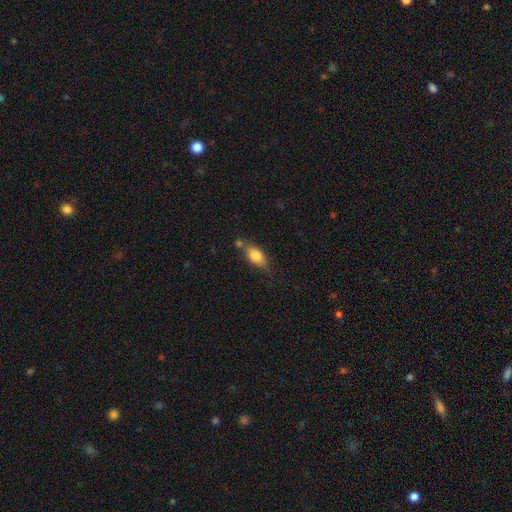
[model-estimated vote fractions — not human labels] Smooth or featured? smooth (71%)
How rounded? in between (77%)
Merging? none (58%)